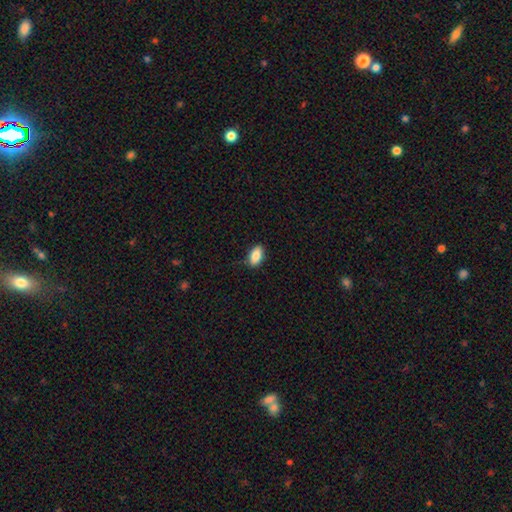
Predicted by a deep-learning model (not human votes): The model was most divided on "merging": none: 82%, minor disturbance: 14%, major disturbance: 3%, merger: 1%. More confident: how rounded — in between (91%); smooth or featured — smooth (87%).